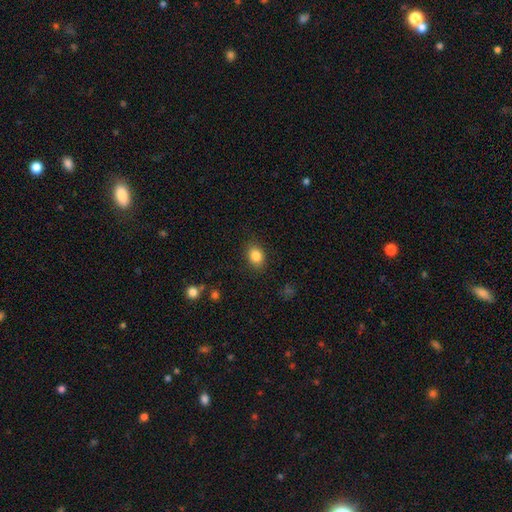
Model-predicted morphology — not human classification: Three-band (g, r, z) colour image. It shows a smooth galaxy with no disk features (85%) that is in between round and cigar-shaped (60%). Merging: none (86%).